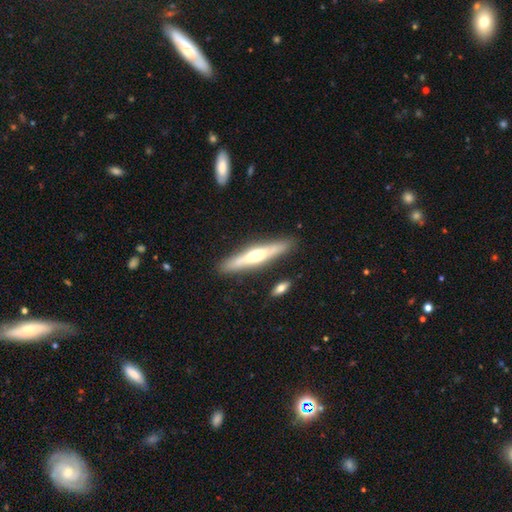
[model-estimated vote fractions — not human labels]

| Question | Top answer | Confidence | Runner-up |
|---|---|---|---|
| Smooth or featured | featured or disk | 58% | smooth (37%) |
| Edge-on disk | yes | 91% | no (9%) |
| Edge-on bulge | rounded | 88% | none (7%) |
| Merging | none | 86% | minor disturbance (9%) |